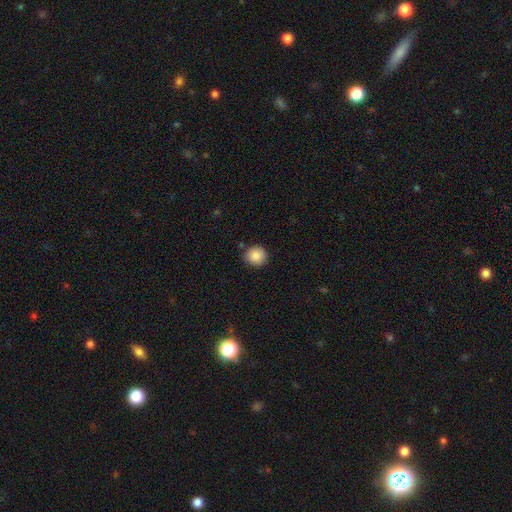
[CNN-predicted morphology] type=smooth (87%); roundness=round (92%); merging=none (86%).